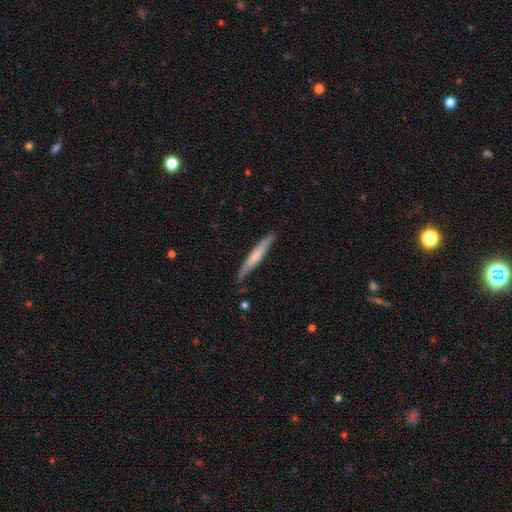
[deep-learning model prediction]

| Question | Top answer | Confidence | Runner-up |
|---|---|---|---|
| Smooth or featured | smooth | 56% | featured or disk (39%) |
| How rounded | cigar-shaped | 95% | in between (4%) |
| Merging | none | 84% | minor disturbance (12%) |